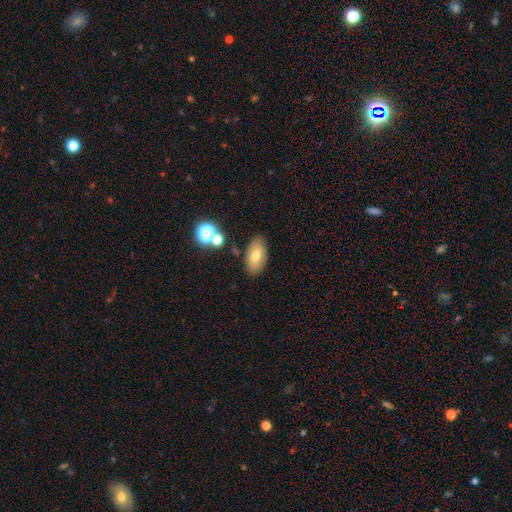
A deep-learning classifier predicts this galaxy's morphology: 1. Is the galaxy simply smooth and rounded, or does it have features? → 72% smooth, 18% featured or disk, 10% star or artifact.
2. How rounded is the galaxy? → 90% in between, 5% cigar-shaped, 5% round.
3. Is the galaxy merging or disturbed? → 81% none, 11% minor disturbance, 5% merger, 3% major disturbance.